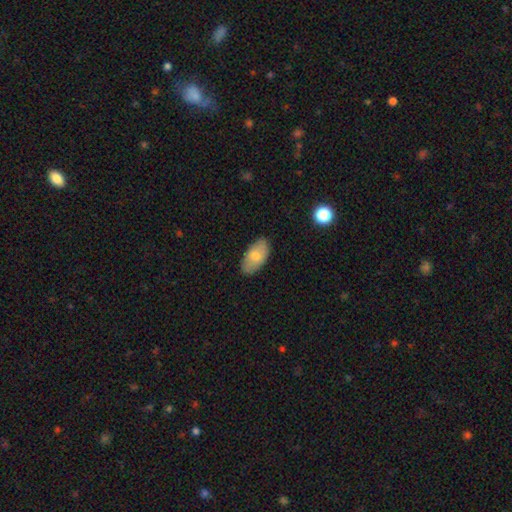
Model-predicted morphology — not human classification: This is likely a smooth galaxy (74%). How rounded: clearly in between (94%). Merging: clearly none (83%).